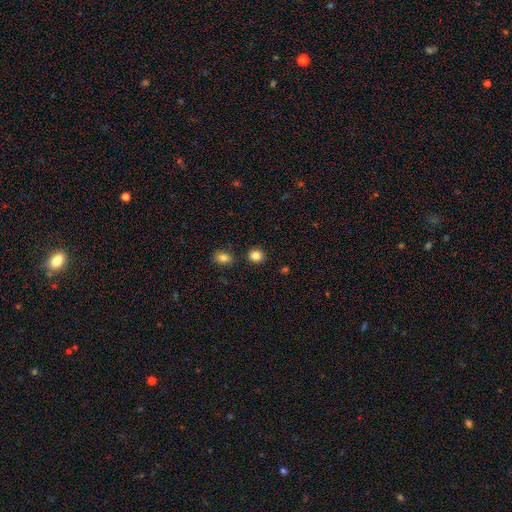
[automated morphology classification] This appears to be a smooth galaxy with no disk features (85%) that is round (79%). Merging: none (86%).